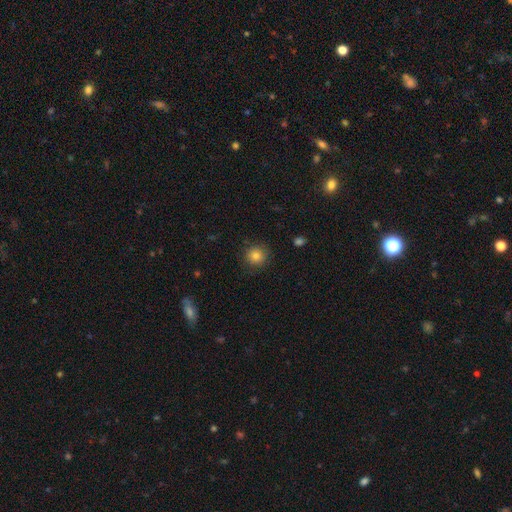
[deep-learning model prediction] Smooth or featured? smooth (82%)
How rounded? round (93%)
Merging? none (89%)